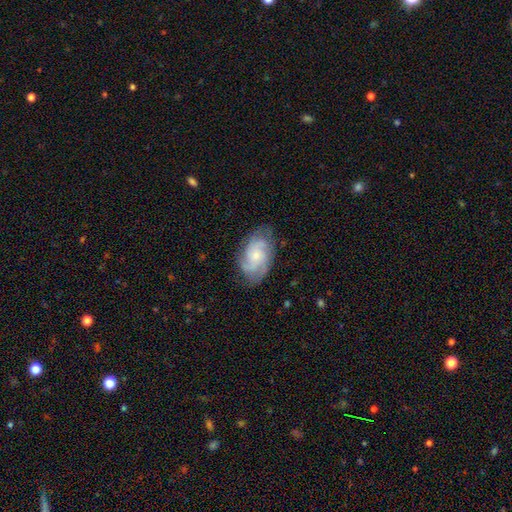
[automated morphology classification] featured or disk 72%, smooth 22%, star or artifact 6%. Down the decision tree: edge-on disk — no (97%); bar — no (72%); spiral arms — yes (94%); spiral arm count — 3 (35%); spiral winding — tight (44%); bulge size — small (59%); merging — none (73%).